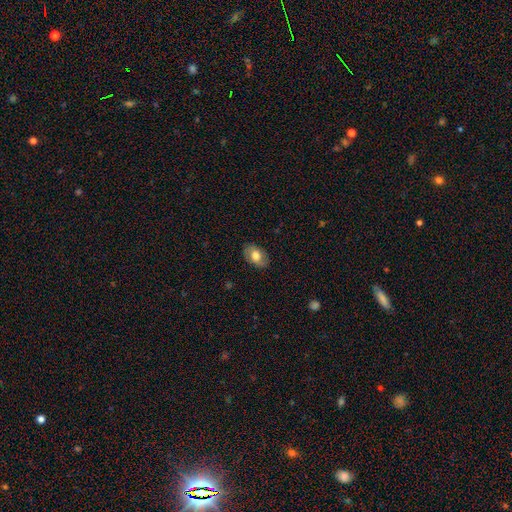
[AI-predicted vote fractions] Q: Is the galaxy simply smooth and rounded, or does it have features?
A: smooth — 68%.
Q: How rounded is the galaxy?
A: in between — 89%.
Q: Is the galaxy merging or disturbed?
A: none — 83%.